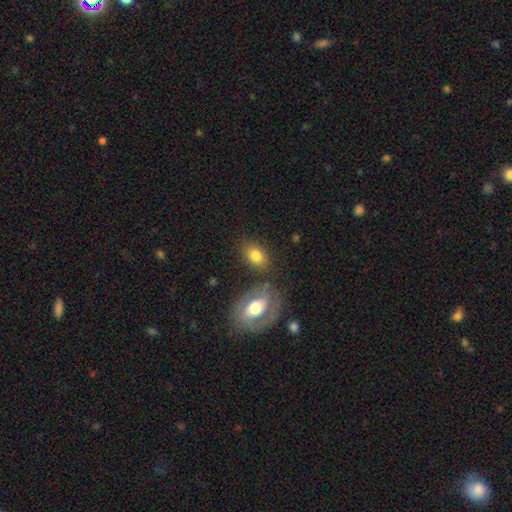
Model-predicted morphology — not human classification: Smooth or featured?
  - smooth: 79% *
  - featured or disk: 13%
  - star or artifact: 8%
How rounded?
  - in between: 78% *
  - round: 21%
  - cigar-shaped: 1%
Merging?
  - none: 73% *
  - minor disturbance: 13%
  - merger: 10%
  - major disturbance: 4%